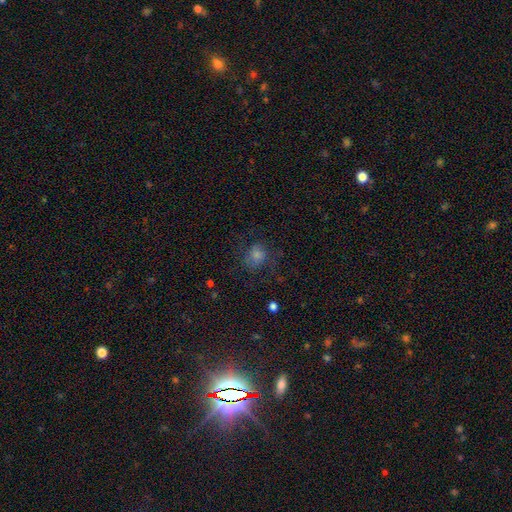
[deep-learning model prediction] Smooth or featured? smooth (46%)
Merging? none (67%)